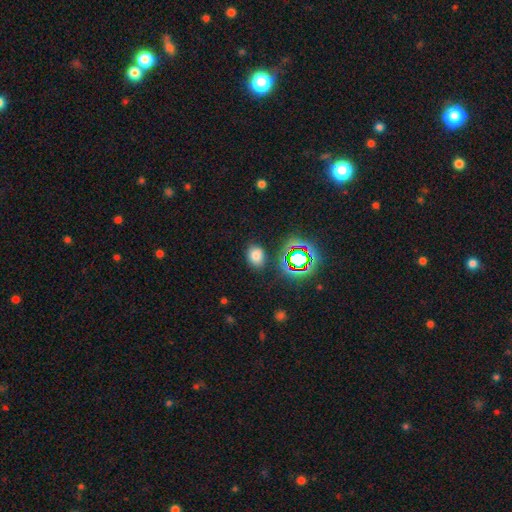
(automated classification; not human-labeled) Q: Smooth or featured?
A: smooth (71%); runner-up: star or artifact (21%)
Q: How rounded?
A: in between (63%); runner-up: round (36%)
Q: Merging?
A: none (81%); runner-up: minor disturbance (12%)